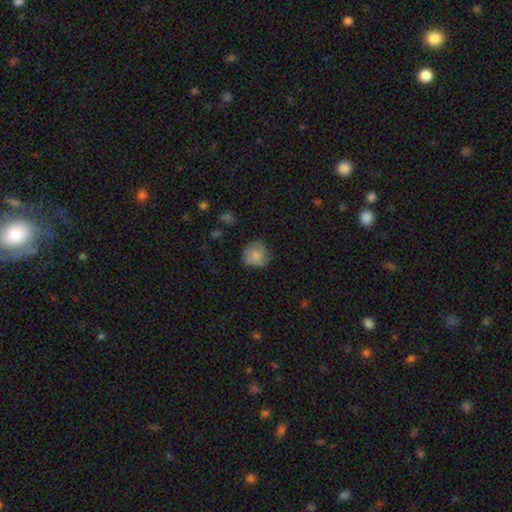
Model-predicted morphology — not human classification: A smooth galaxy with no disk features (81%) that is round (87%). Merging: none (71%).